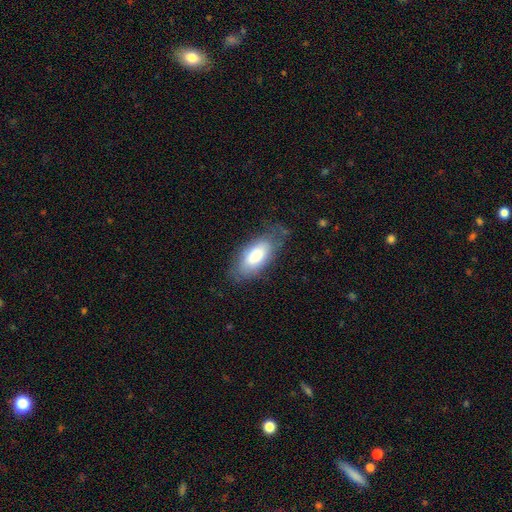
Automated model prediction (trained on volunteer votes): Smooth or featured? smooth (79%)
How rounded? in between (90%)
Merging? none (67%)